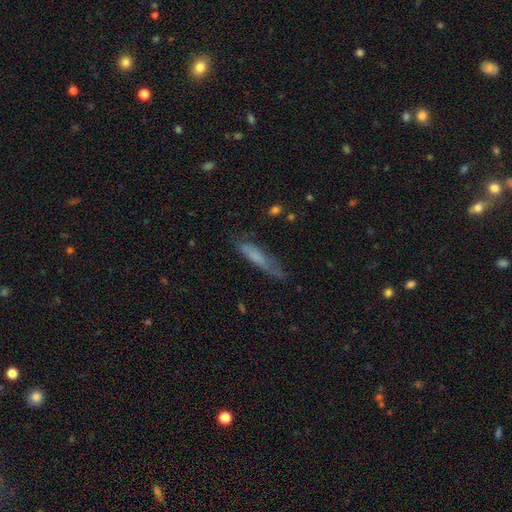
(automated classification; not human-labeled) Smooth or featured: smooth — 59% (featured or disk — 32%)
How rounded: cigar-shaped — 82% (in between — 17%)
Merging: none — 60% (minor disturbance — 26%)